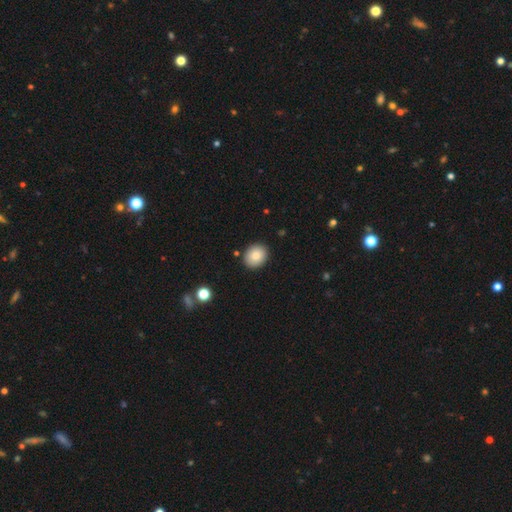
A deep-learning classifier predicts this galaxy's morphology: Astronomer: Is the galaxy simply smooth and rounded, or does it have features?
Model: smooth — 84%.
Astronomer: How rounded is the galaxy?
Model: round — 54% (runner-up: in between, 45%).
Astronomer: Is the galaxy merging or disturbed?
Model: none — 89%.